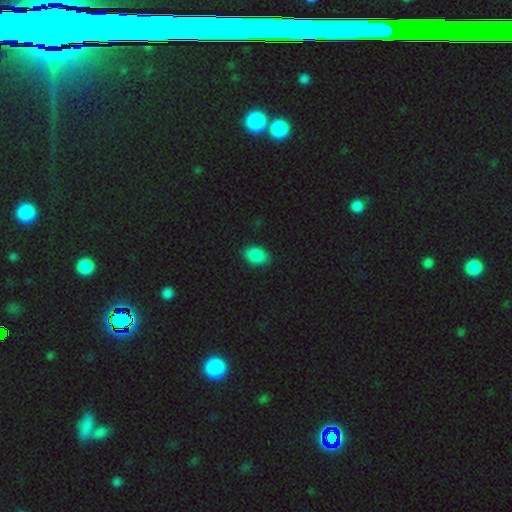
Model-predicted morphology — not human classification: Smooth or featured? Predicted: smooth (p=0.88). How rounded? Predicted: in between (p=0.84). Merging? Predicted: none (p=0.87).